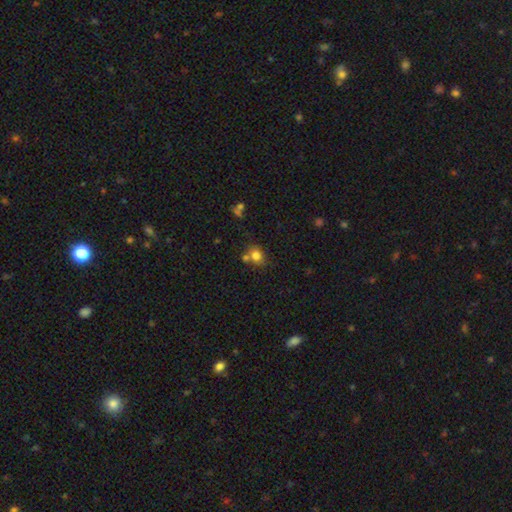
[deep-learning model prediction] smooth 79%, star or artifact 12%, featured or disk 9%. Down the decision tree: how rounded — round (61%); merging — none (56%).